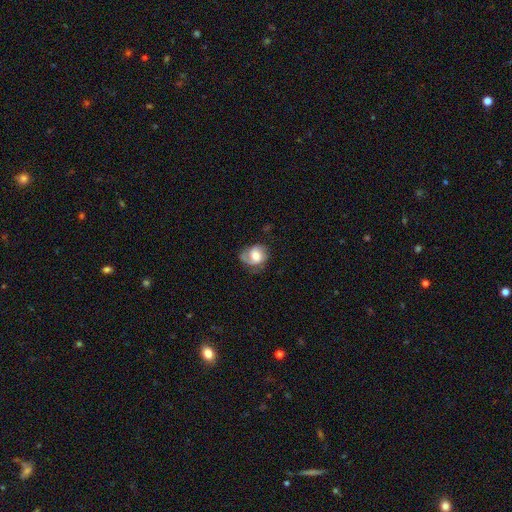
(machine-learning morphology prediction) smooth-or-featured: featured or disk: 50% | smooth: 43% | star or artifact: 8%
  merging: none: 52% | minor disturbance: 28% | major disturbance: 18% | merger: 2%